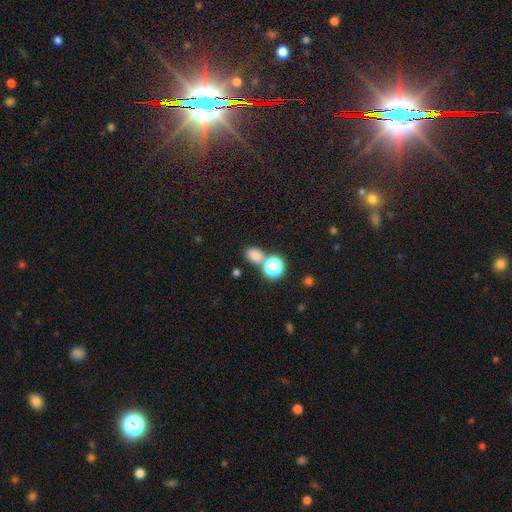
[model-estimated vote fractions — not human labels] A smooth galaxy with no disk features (74%) that is in between round and cigar-shaped (55%).

Vote fractions:
- Smooth or featured? smooth: 74% / star or artifact: 20% / featured or disk: 6%
- How rounded? in between: 55% / round: 44% / cigar-shaped: 1%
- Merging? none: 64% / merger: 22% / minor disturbance: 10% / major disturbance: 4%